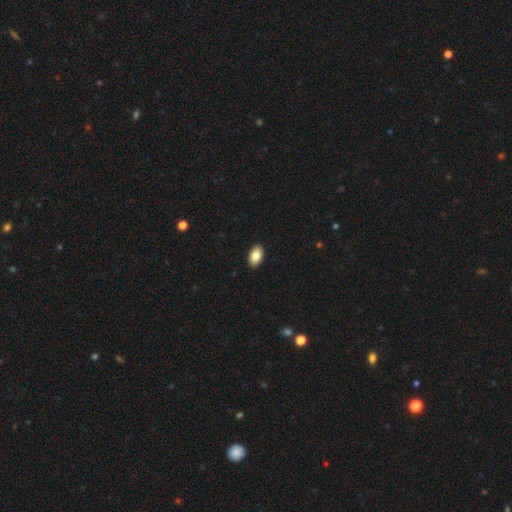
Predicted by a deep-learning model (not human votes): This is clearly a smooth galaxy (84%). How rounded: clearly in between (92%). Merging: clearly none (91%).